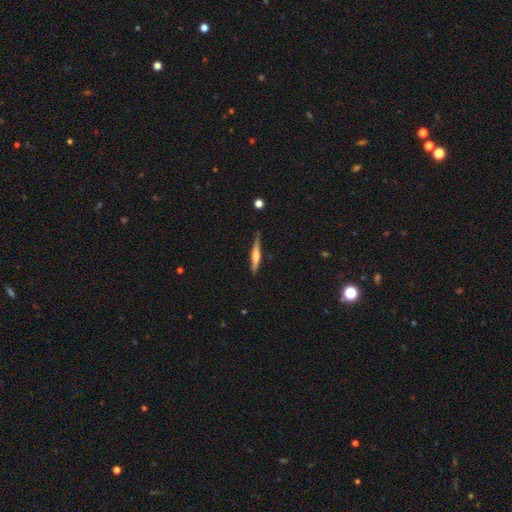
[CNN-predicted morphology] This is likely a featured or disk galaxy (61%). It is clearly viewed edge-on (97%). Edge-on bulge: likely rounded (77%). Merging: clearly none (85%).